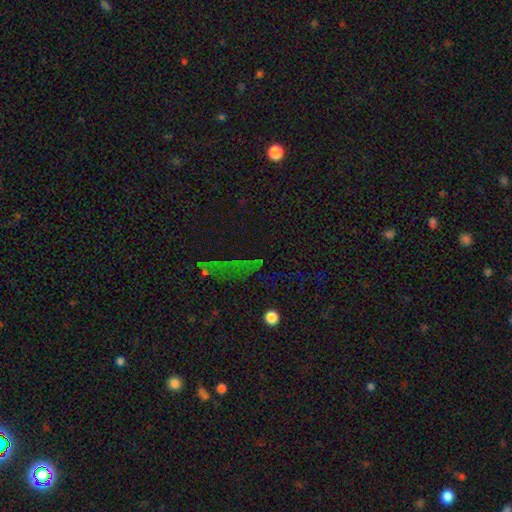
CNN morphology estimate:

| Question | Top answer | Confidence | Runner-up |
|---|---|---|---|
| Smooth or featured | star or artifact | 67% | smooth (21%) |